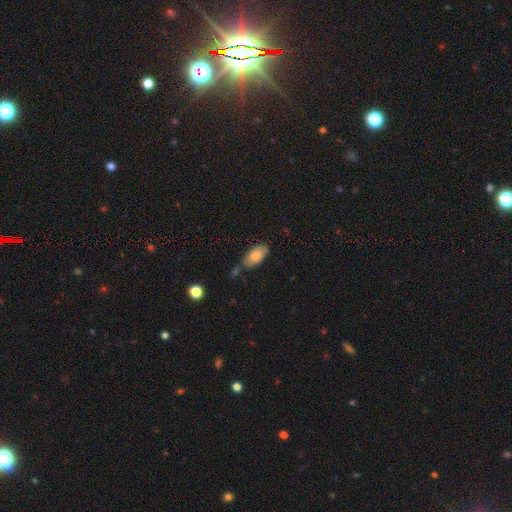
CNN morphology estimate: smooth 81%, featured or disk 12%, star or artifact 7%. Down the decision tree: how rounded — in between (92%); merging — none (56%).